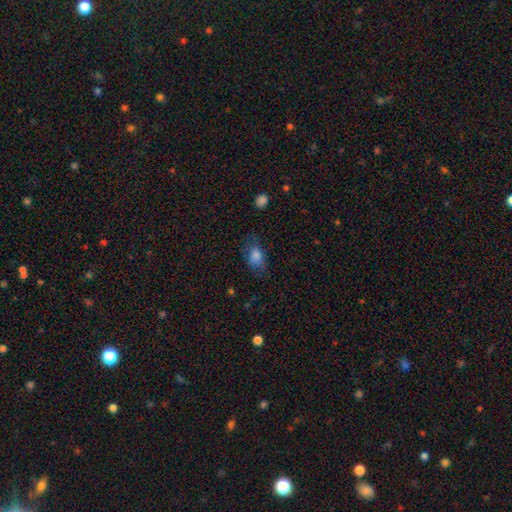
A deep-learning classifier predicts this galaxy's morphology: The model was most divided on "merging": none: 62%, minor disturbance: 24%, major disturbance: 13%, merger: 2%. More confident: how rounded — in between (78%); smooth or featured — smooth (78%).